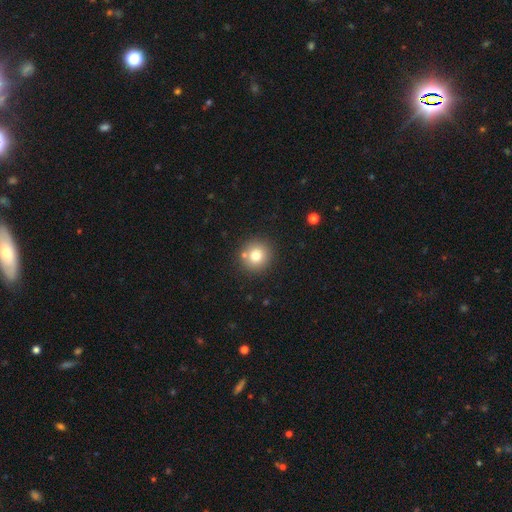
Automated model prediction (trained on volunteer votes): A smooth galaxy with no disk features (77%) that is round (92%). Merging: none (81%).